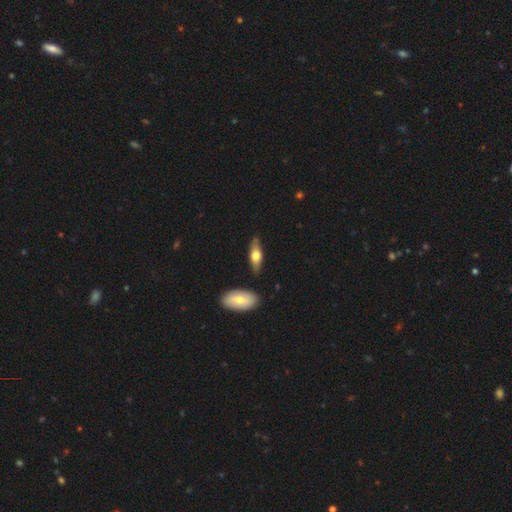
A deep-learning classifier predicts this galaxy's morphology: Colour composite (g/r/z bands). It shows a smooth galaxy with no disk features (56%) that is in between round and cigar-shaped (60%). Merging: none (79%).